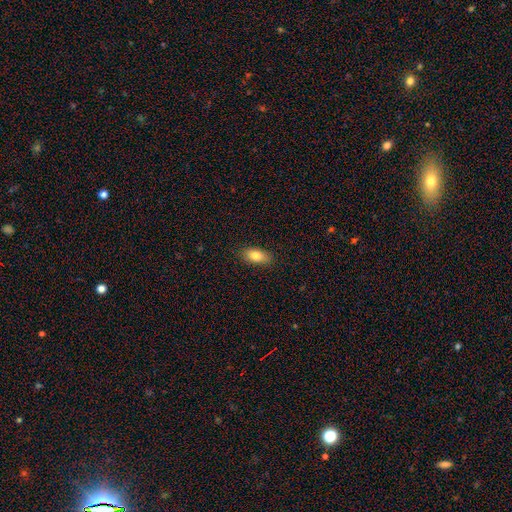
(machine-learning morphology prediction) Smooth or featured? Predicted: smooth (p=0.83). How rounded? Predicted: in between (p=0.89). Merging? Predicted: none (p=0.87).